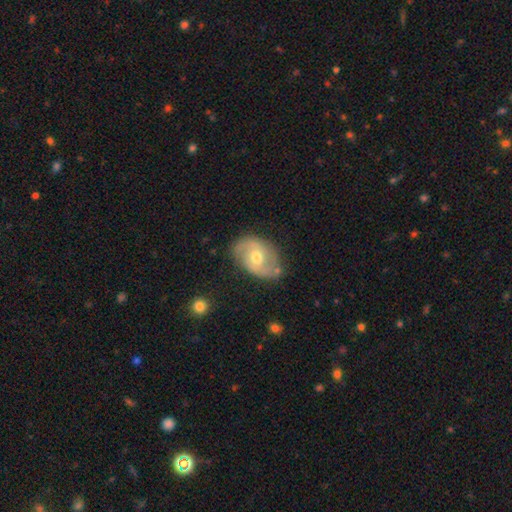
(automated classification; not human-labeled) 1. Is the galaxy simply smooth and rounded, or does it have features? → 69% featured or disk, 25% smooth, 7% star or artifact.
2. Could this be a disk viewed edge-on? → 96% no, 4% yes.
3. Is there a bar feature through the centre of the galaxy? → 56% no, 36% weak, 8% strong.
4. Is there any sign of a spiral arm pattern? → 84% yes, 16% no.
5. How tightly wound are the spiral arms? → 45% medium, 28% tight, 26% loose.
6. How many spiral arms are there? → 83% 2, 10% can't tell, 3% 1, 2% 3, 1% 4, 1% more than 4.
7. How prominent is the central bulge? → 70% moderate, 24% small, 4% large, 1% none, 1% dominant.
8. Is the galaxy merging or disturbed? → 72% none, 20% minor disturbance, 5% major disturbance, 3% merger.